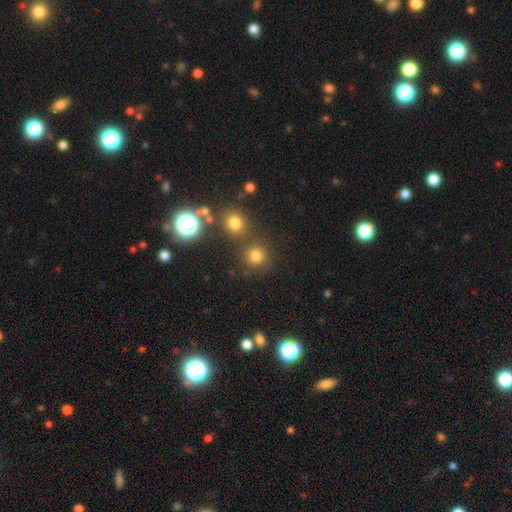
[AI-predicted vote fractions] Smooth or featured? smooth (74%)
How rounded? round (91%)
Merging? none (76%)